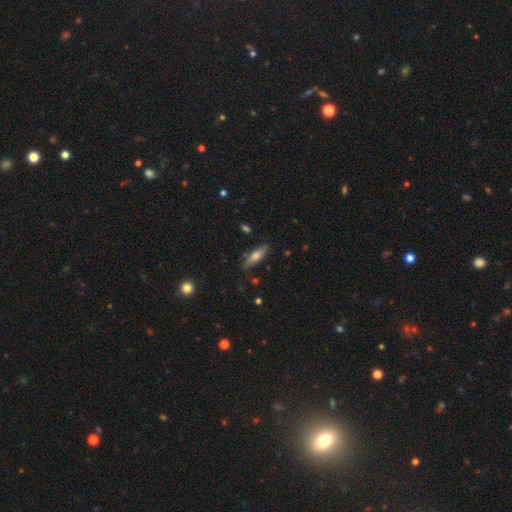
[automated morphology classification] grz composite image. It shows a smooth galaxy with no disk features (58%) that is cigar-shaped (62%). Merging: none (82%).